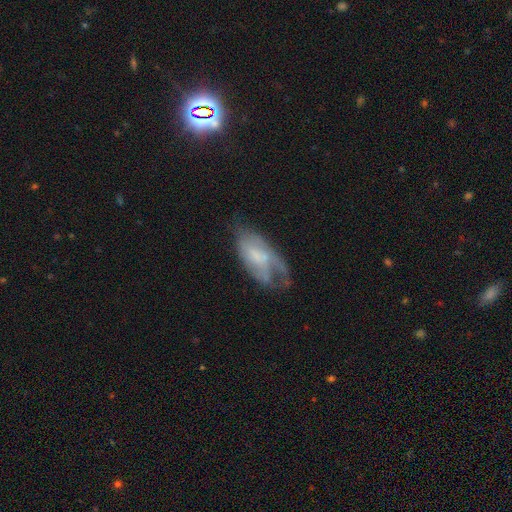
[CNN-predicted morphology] Overall: featured or disk (55%; smooth 36%). Edge-on disk: no (92%). Bar: no (65%; weak 29%). Spiral arms: yes (64%; no 36%). Bulge size: small (33%; none 32%). Merging: none (42%; minor disturbance 28%).